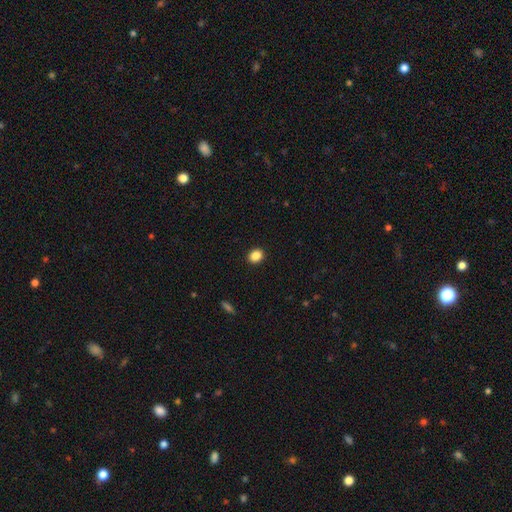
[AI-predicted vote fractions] smooth-or-featured: smooth: 88% | star or artifact: 9% | featured or disk: 3%
  how-rounded: round: 52% | in between: 47% | cigar-shaped: 1%
  merging: none: 91% | minor disturbance: 6% | major disturbance: 2% | merger: 1%